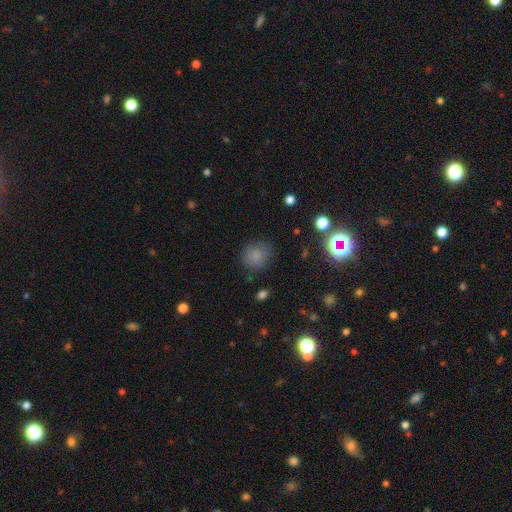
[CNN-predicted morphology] A smooth galaxy with no disk features (79%) that is round (77%).

Vote fractions:
- Smooth or featured? smooth: 79% / star or artifact: 13% / featured or disk: 8%
- How rounded? round: 77% / in between: 22% / cigar-shaped: 1%
- Merging? none: 77% / minor disturbance: 16% / major disturbance: 5% / merger: 2%